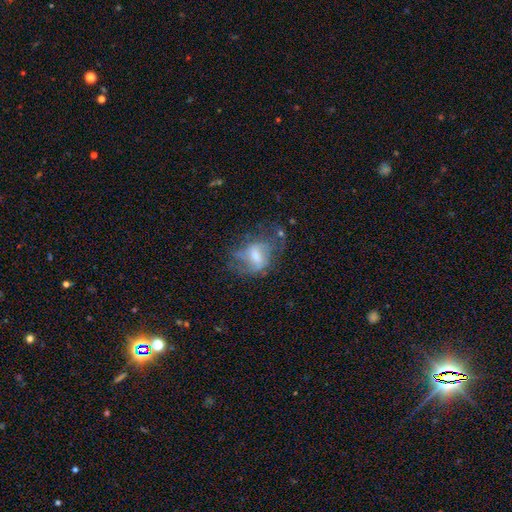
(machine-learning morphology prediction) This is possibly a featured or disk galaxy (59%). It is clearly not viewed edge-on (95%). Bar: possibly weak (46%). Spiral arm pattern: possibly yes (57%). Central bulge: possibly moderate (47%). Merging: marginally none (38%).